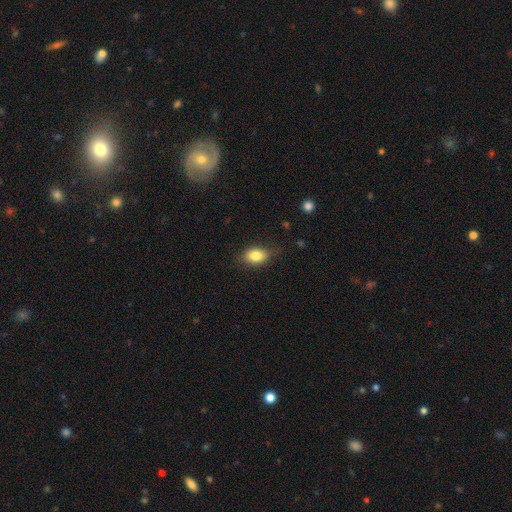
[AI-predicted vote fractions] Q: Smooth or featured?
A: smooth (84%); runner-up: star or artifact (8%)
Q: How rounded?
A: in between (83%); runner-up: round (15%)
Q: Merging?
A: none (79%); runner-up: minor disturbance (16%)